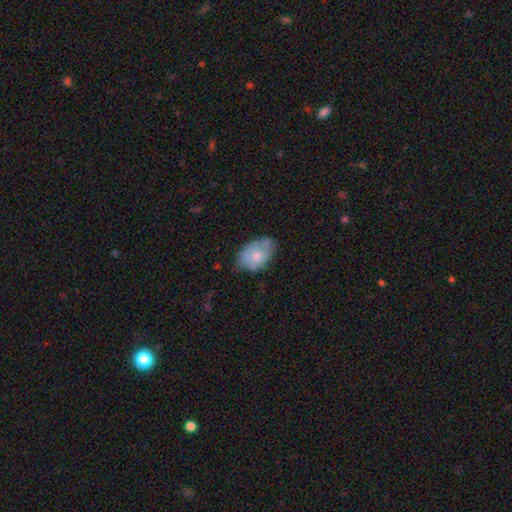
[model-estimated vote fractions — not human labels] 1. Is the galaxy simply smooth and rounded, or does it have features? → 60% smooth, 33% featured or disk, 7% star or artifact.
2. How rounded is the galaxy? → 87% in between, 11% round, 1% cigar-shaped.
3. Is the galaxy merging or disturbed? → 51% none, 34% minor disturbance, 12% major disturbance, 3% merger.